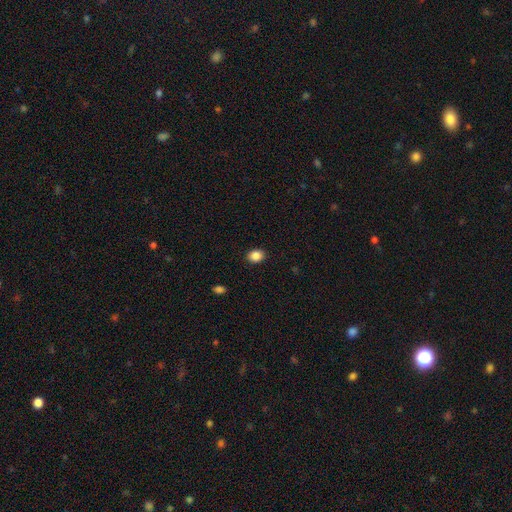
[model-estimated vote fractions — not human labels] This appears to be a smooth galaxy with no disk features (87%) that is in between round and cigar-shaped (51%). Merging: none (90%).